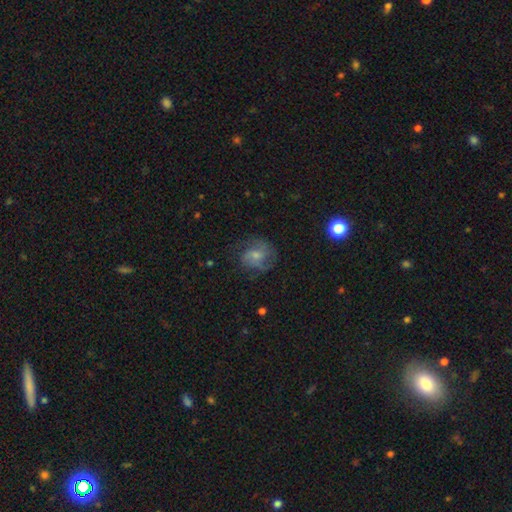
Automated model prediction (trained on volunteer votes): Overall: featured or disk (50%; smooth 41%). Merging: none (58%; minor disturbance 23%).